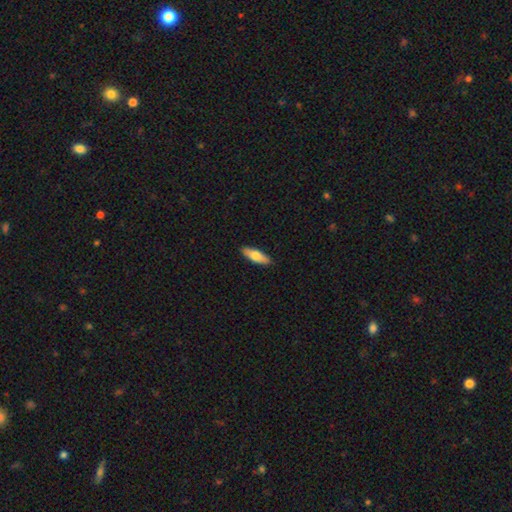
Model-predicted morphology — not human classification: A smooth galaxy with no disk features (71%) that is in between round and cigar-shaped (57%). Merging: none (90%).